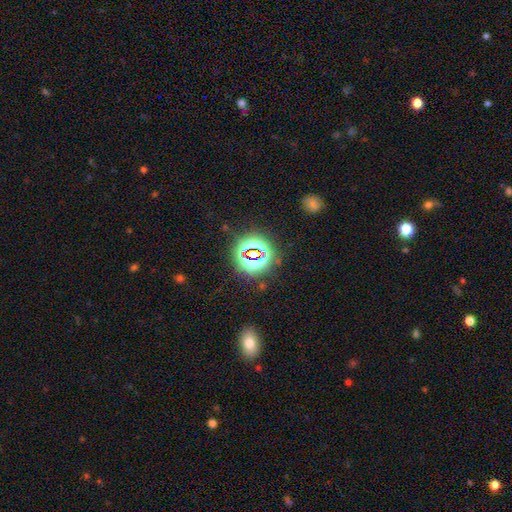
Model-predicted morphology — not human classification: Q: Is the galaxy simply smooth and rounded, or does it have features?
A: star or artifact — 74%.